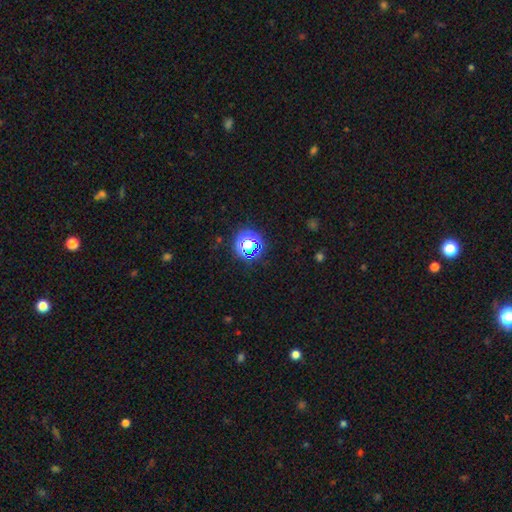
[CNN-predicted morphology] A star or artifact, not a galaxy (68%).